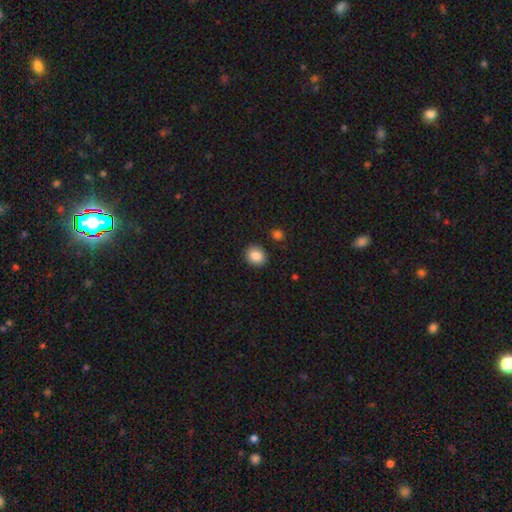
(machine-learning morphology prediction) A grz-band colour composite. It shows a smooth galaxy with no disk features (87%) that is round (77%). Merging: none (89%).